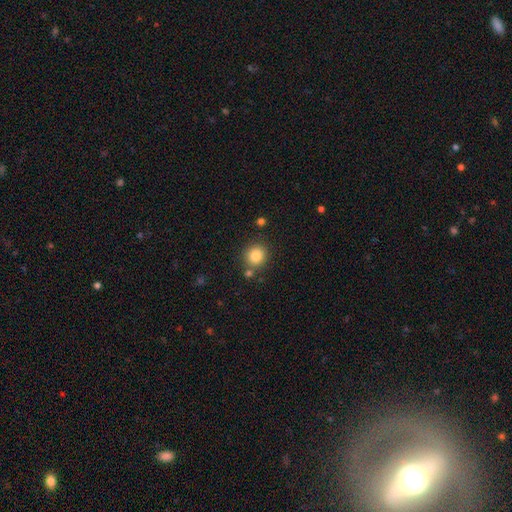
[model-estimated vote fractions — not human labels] This is clearly a smooth galaxy (84%). How rounded: clearly round (85%). Merging: likely none (79%).